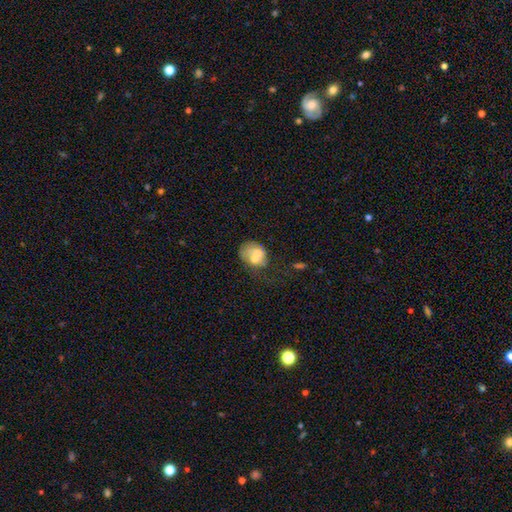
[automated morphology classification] smooth 58%, featured or disk 33%, star or artifact 9%. Down the decision tree: how rounded — in between (53%); merging — merger (38%).